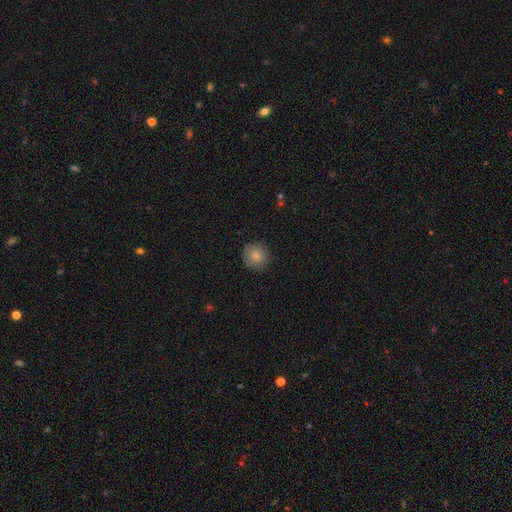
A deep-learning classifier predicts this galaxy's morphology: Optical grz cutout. It shows a smooth galaxy with no disk features (83%) that is round (93%). Merging: none (88%).